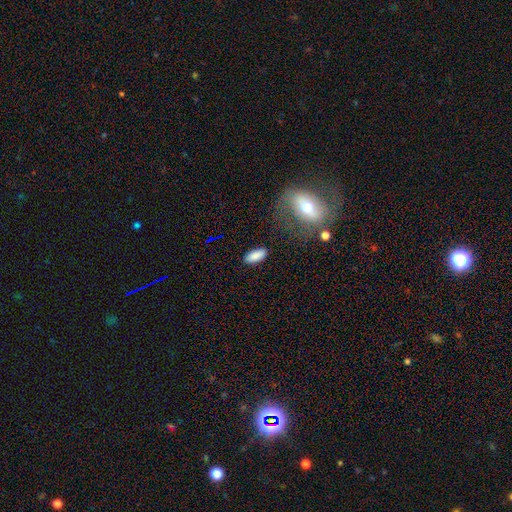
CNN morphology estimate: Smooth or featured? Predicted: smooth (p=0.86). How rounded? Predicted: in between (p=0.82). Merging? Predicted: none (p=0.85).